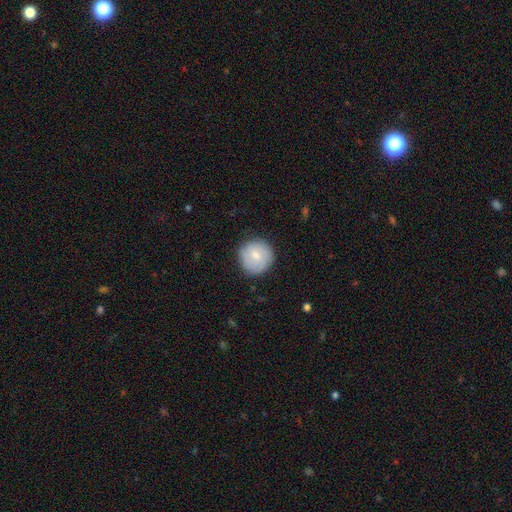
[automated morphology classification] A smooth galaxy with no disk features (72%) that is round (95%).

Vote fractions:
- Smooth or featured? smooth: 72% / featured or disk: 21% / star or artifact: 6%
- How rounded? round: 95% / in between: 4% / cigar-shaped: 1%
- Merging? none: 84% / minor disturbance: 12% / major disturbance: 3% / merger: 1%